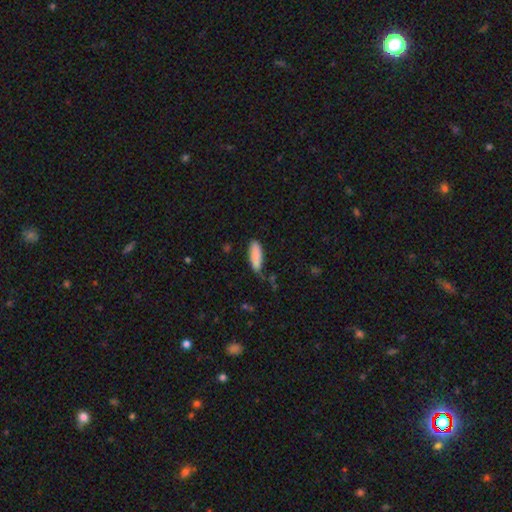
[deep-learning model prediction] A smooth galaxy with no disk features (88%) that is in between round and cigar-shaped (57%).

Vote fractions:
- Smooth or featured? smooth: 88% / featured or disk: 6% / star or artifact: 6%
- How rounded? in between: 57% / cigar-shaped: 41% / round: 2%
- Merging? none: 70% / minor disturbance: 23% / major disturbance: 4% / merger: 3%